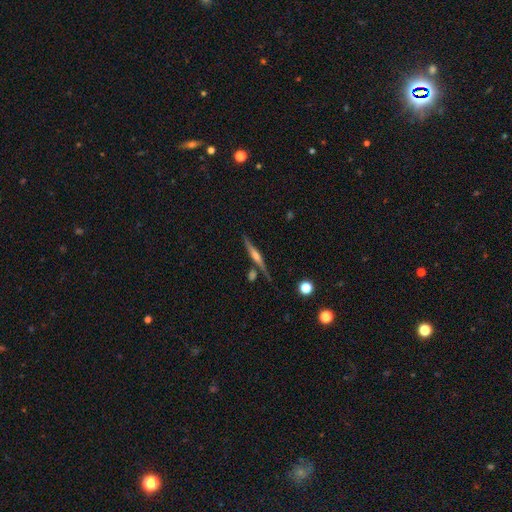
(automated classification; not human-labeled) Smooth or featured? featured or disk (76%)
Edge-on disk? yes (97%)
Edge-on bulge? rounded (79%)
Merging? none (80%)